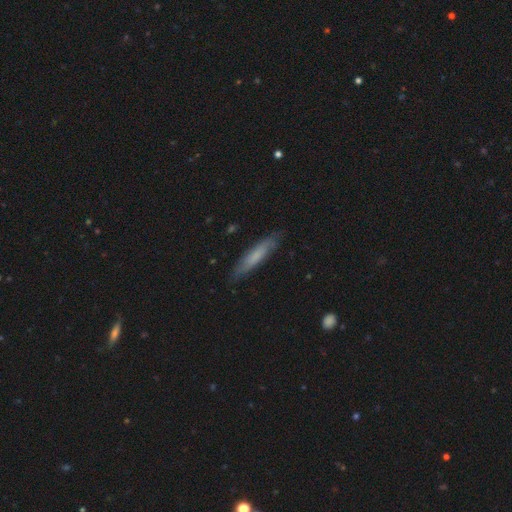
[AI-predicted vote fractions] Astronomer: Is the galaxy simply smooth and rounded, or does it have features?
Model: smooth — 61%.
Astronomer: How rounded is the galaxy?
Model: cigar-shaped — 85%.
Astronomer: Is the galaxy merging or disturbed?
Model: none — 81%.